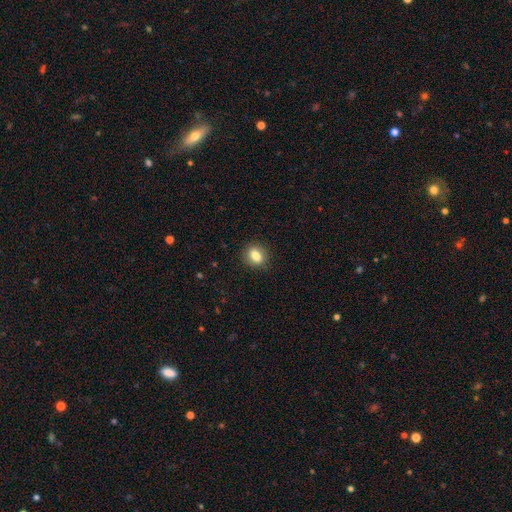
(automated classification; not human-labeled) The model was most divided on "how rounded": in between: 56%, round: 42%, cigar-shaped: 2%. More confident: merging — none (88%); smooth or featured — smooth (83%).